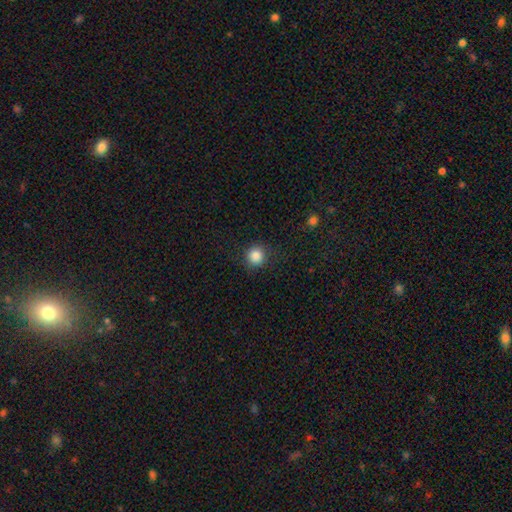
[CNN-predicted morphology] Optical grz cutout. It shows a smooth galaxy with no disk features (85%) that is round (92%). Merging: none (87%).